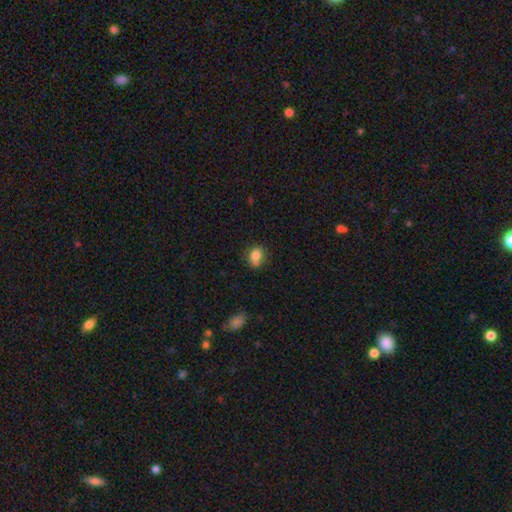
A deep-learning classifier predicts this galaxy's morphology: type=smooth (80%); roundness=in between (54%); merging=none (56%).